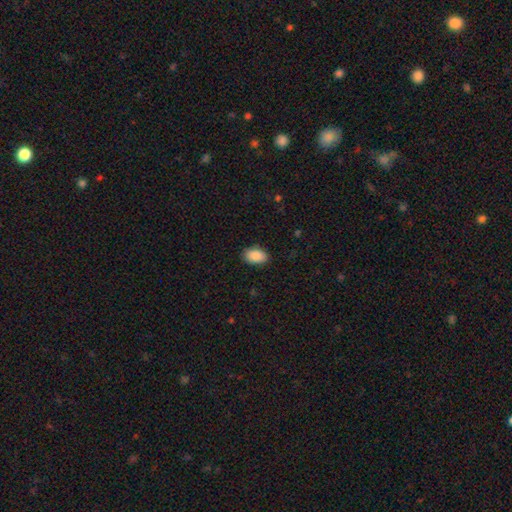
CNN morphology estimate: This is clearly a smooth galaxy (89%). How rounded: clearly in between (92%). Merging: clearly none (88%).